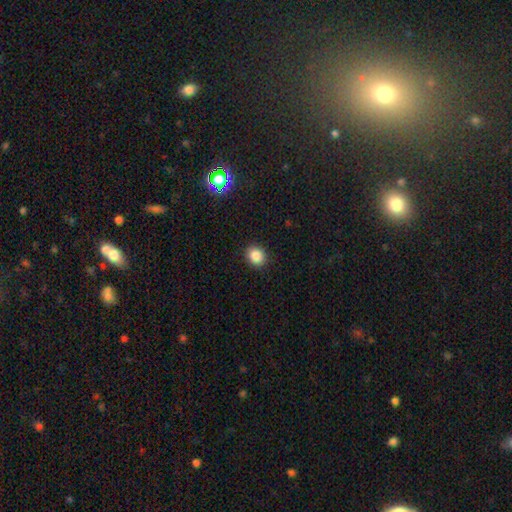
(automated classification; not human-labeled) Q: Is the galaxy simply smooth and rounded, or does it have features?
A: smooth — 86%.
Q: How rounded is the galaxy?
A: round — 69%.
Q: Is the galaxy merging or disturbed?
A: none — 90%.